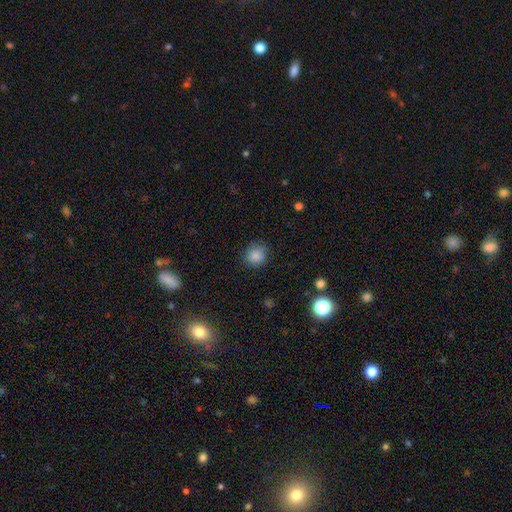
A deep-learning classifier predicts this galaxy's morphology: Smooth or featured: smooth — 86% (star or artifact — 11%)
How rounded: round — 85% (in between — 14%)
Merging: none — 82% (minor disturbance — 13%)